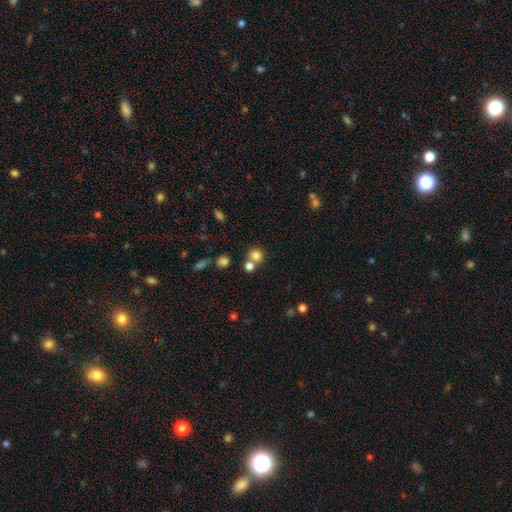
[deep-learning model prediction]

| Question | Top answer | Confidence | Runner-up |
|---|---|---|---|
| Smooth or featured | smooth | 78% | star or artifact (14%) |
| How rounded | round | 85% | in between (14%) |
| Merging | none | 55% | merger (34%) |